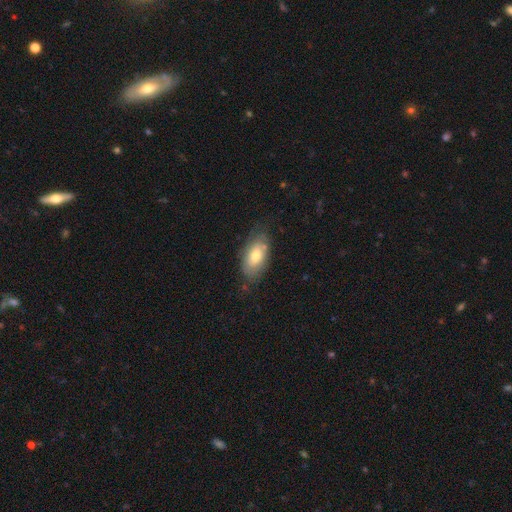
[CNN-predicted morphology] Smooth or featured?
  - smooth: 63% *
  - featured or disk: 31%
  - star or artifact: 7%
How rounded?
  - in between: 92% *
  - round: 5%
  - cigar-shaped: 4%
Merging?
  - none: 68% *
  - minor disturbance: 24%
  - major disturbance: 7%
  - merger: 2%